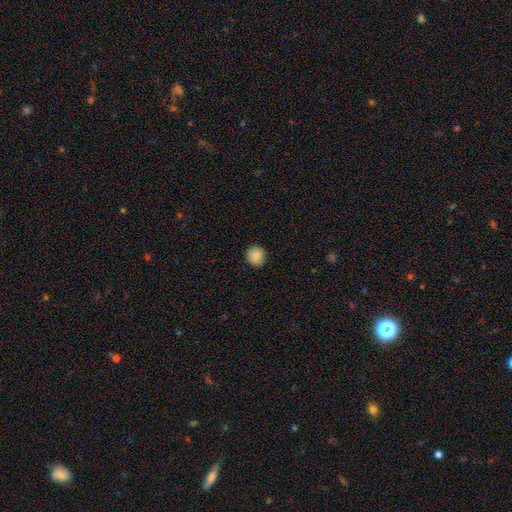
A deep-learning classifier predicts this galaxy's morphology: smooth-or-featured: smooth: 87% | star or artifact: 8% | featured or disk: 5%
  how-rounded: round: 92% | in between: 7% | cigar-shaped: 1%
  merging: none: 89% | minor disturbance: 8% | major disturbance: 2% | merger: 1%